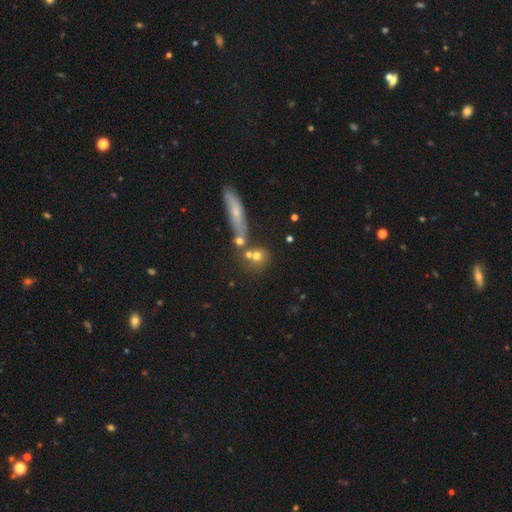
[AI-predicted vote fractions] smooth 63%, featured or disk 21%, star or artifact 15%. Down the decision tree: how rounded — round (69%); merging — none (50%).